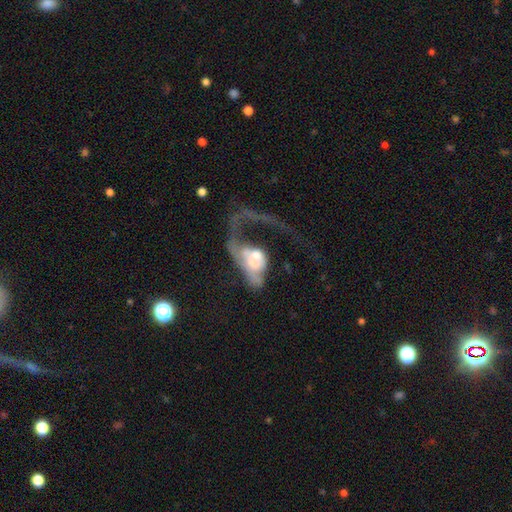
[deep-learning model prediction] Overall: featured or disk (57%; smooth 35%). Edge-on disk: no (94%). Bar: no (74%). Spiral arms: no (57%; yes 43%). Bulge size: moderate (48%; large 20%). Merging: merger (49%; major disturbance 38%).